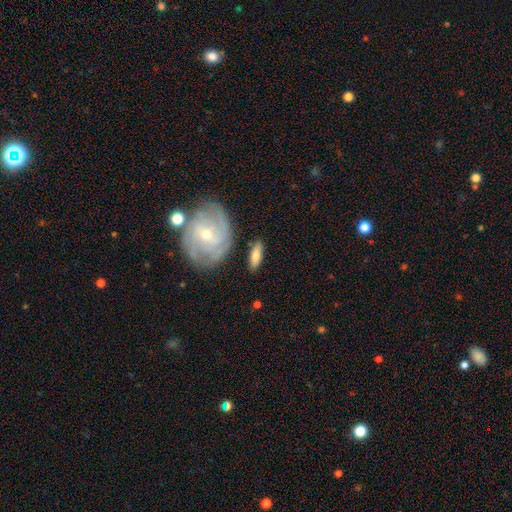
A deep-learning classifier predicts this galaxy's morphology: smooth 67%, featured or disk 27%, star or artifact 6%. Down the decision tree: how rounded — in between (56%); merging — none (82%).